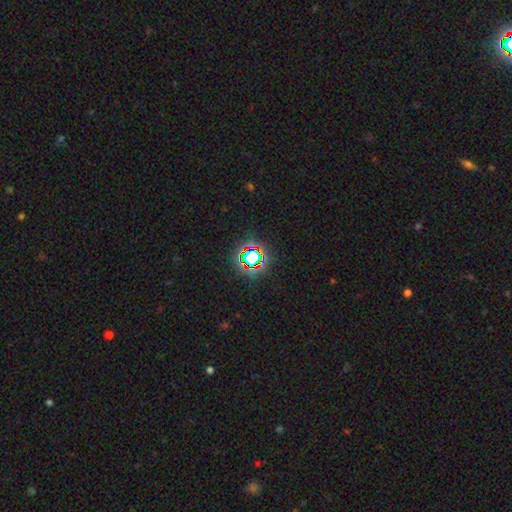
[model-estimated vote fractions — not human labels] Q: Smooth or featured?
A: star or artifact (69%); runner-up: smooth (23%)